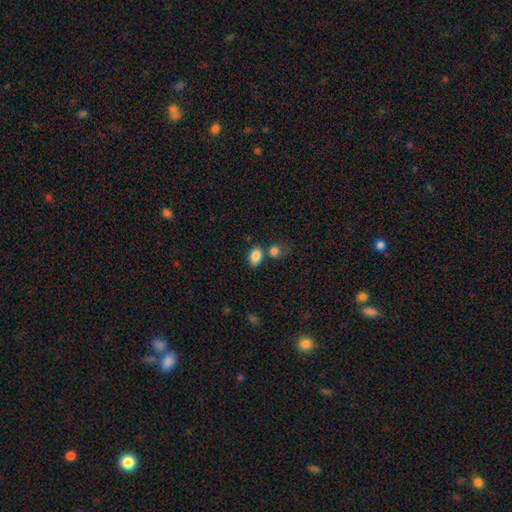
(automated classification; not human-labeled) smooth_or_featured: smooth (p=0.86) [alt: star or artifact p=0.09]
how_rounded: in between (p=0.85) [alt: round p=0.13]
merging: none (p=0.57) [alt: merger p=0.22]